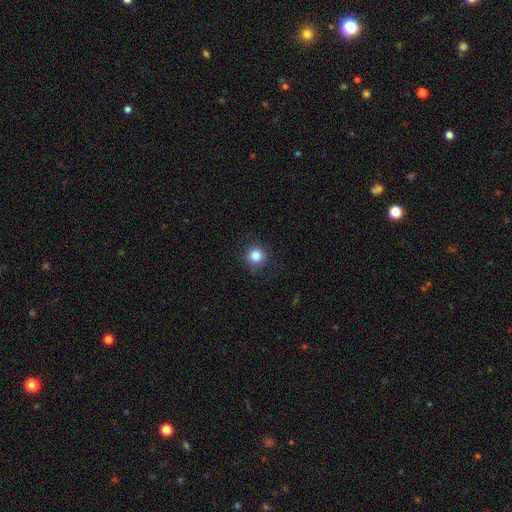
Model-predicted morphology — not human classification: This is clearly a smooth galaxy (84%). How rounded: clearly round (93%). Merging: clearly none (89%).